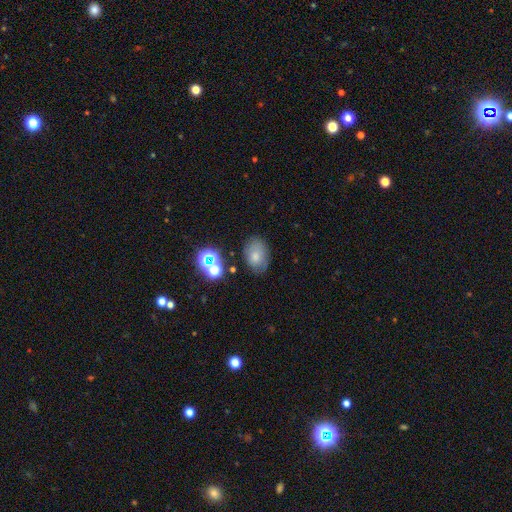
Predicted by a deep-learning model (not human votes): Morphology: type=smooth (72%); roundness=in between (78%); merging=none (73%).